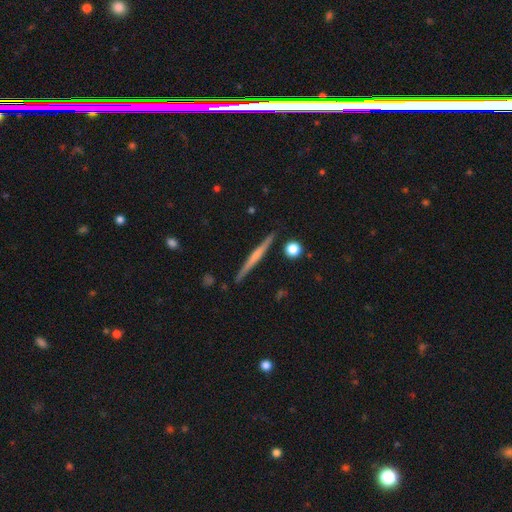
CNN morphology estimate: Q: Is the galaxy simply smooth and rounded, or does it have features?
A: featured or disk — 57%.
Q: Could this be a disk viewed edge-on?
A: yes — 98%.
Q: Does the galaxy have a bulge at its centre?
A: none — 62%.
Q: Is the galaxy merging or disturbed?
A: none — 90%.